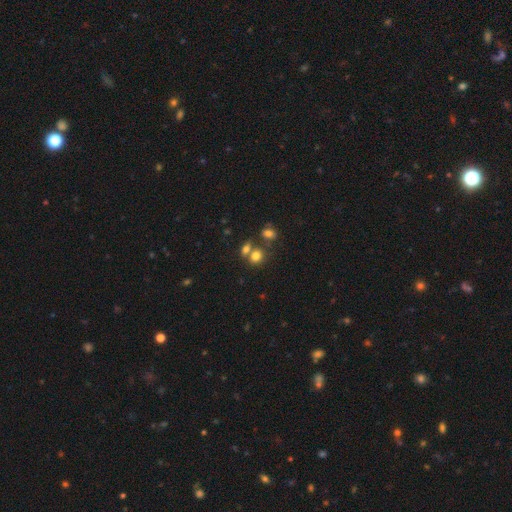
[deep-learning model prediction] Smooth or featured?
  - smooth: 75% *
  - star or artifact: 14%
  - featured or disk: 10%
How rounded?
  - round: 58% *
  - in between: 40%
  - cigar-shaped: 2%
Merging?
  - none: 47% *
  - merger: 38%
  - minor disturbance: 10%
  - major disturbance: 5%